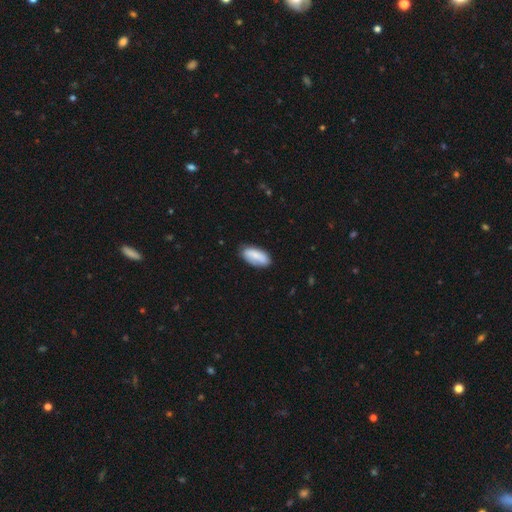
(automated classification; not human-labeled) Smooth or featured? smooth (81%)
How rounded? in between (88%)
Merging? none (78%)